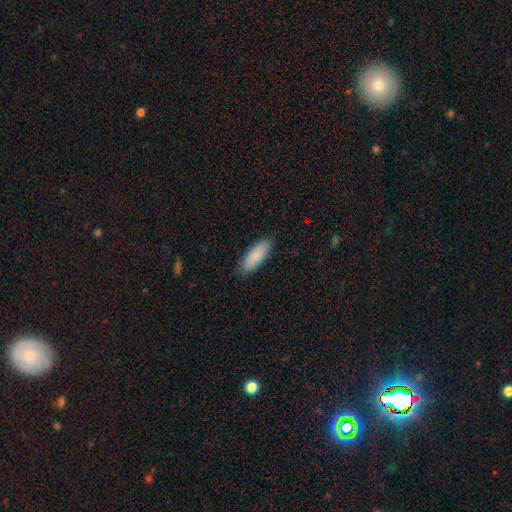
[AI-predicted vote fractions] A smooth galaxy with no disk features (88%) that is in between round and cigar-shaped (67%).

Vote fractions:
- Smooth or featured? smooth: 88% / featured or disk: 6% / star or artifact: 6%
- How rounded? in between: 67% / cigar-shaped: 31% / round: 2%
- Merging? none: 86% / minor disturbance: 11% / major disturbance: 2% / merger: 1%